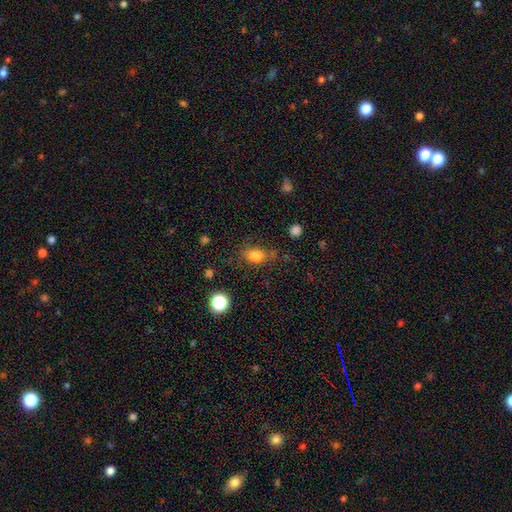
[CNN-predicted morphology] Smooth or featured? Predicted: smooth (p=0.80). How rounded? Predicted: in between (p=0.66). Merging? Predicted: none (p=0.61).